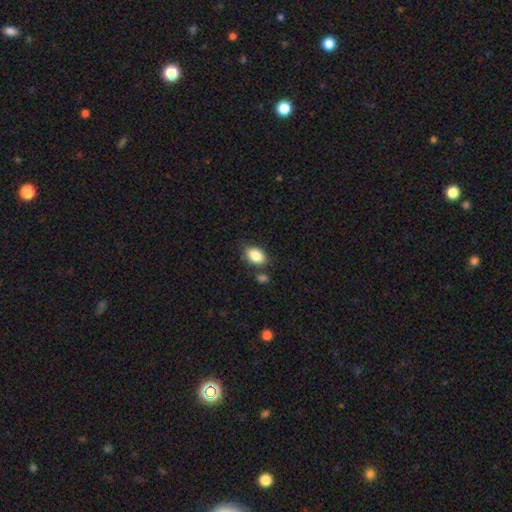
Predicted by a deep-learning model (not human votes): Smooth or featured? smooth (86%)
How rounded? in between (84%)
Merging? none (73%)